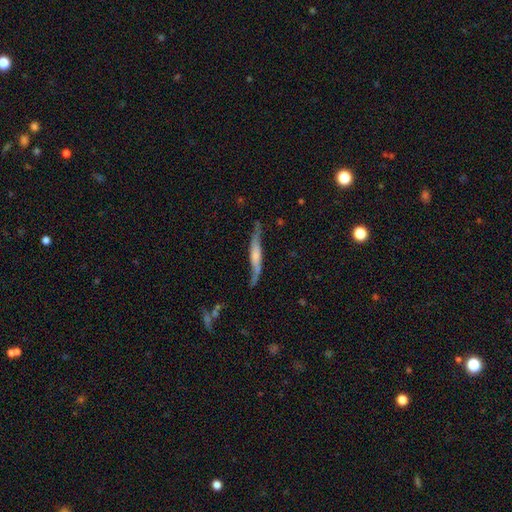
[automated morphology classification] Q: Smooth or featured?
A: featured or disk (63%); runner-up: smooth (31%)
Q: Edge-on disk?
A: yes (79%); runner-up: no (21%)
Q: Merging?
A: none (62%); runner-up: minor disturbance (26%)